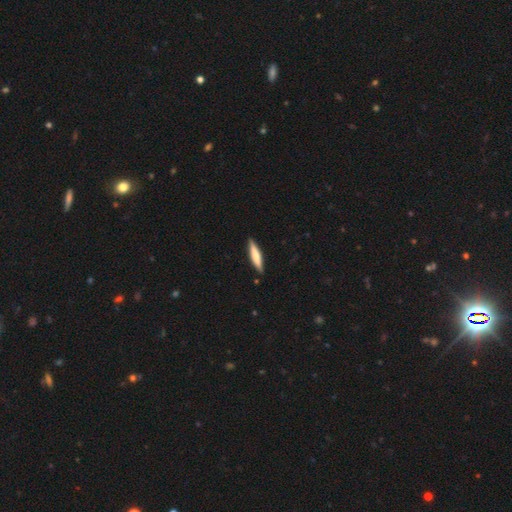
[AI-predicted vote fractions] Q: Smooth or featured?
A: smooth (65%); runner-up: featured or disk (30%)
Q: How rounded?
A: cigar-shaped (86%); runner-up: in between (13%)
Q: Merging?
A: none (88%); runner-up: minor disturbance (9%)